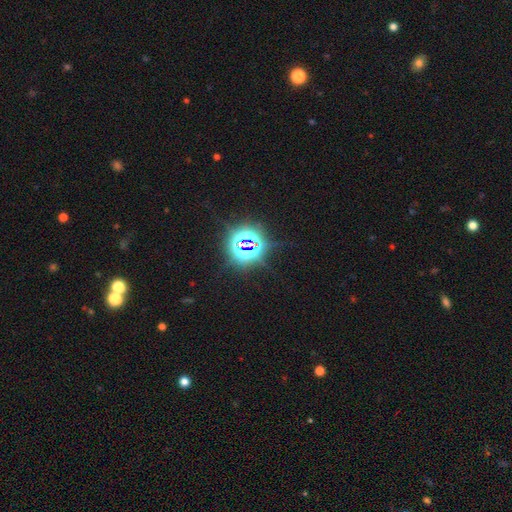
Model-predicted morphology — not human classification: Smooth or featured?
  - star or artifact: 82% *
  - smooth: 12%
  - featured or disk: 6%